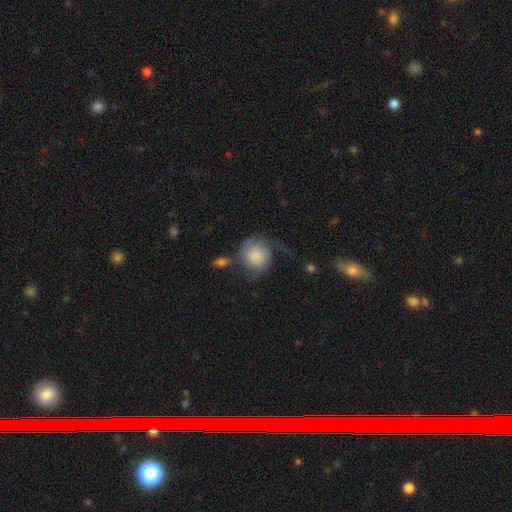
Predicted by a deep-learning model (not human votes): featured or disk 57%, smooth 36%, star or artifact 7%. Down the decision tree: edge-on disk — no (97%); bar — no (77%); spiral arms — yes (91%); spiral arm count — 2 (83%); spiral winding — loose (45%); bulge size — large (26%); merging — none (46%).